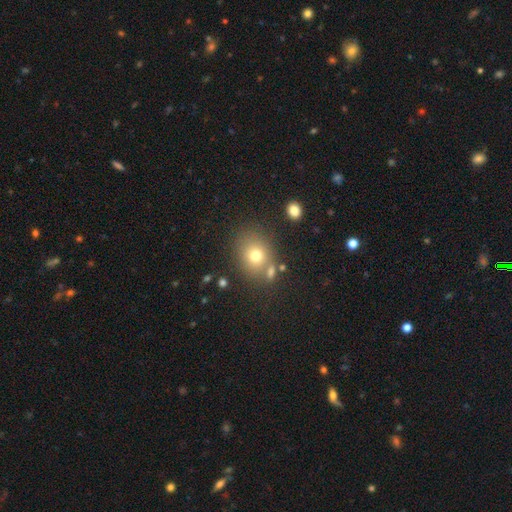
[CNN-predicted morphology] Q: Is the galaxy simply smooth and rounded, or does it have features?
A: smooth — 72%.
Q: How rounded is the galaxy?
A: round — 62%.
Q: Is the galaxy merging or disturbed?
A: none — 70%.